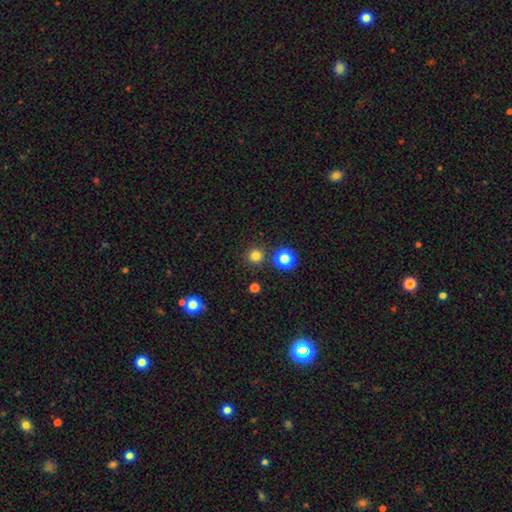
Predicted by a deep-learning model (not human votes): This appears to be a smooth galaxy with no disk features (79%) that is round (94%). Merging: none (86%).